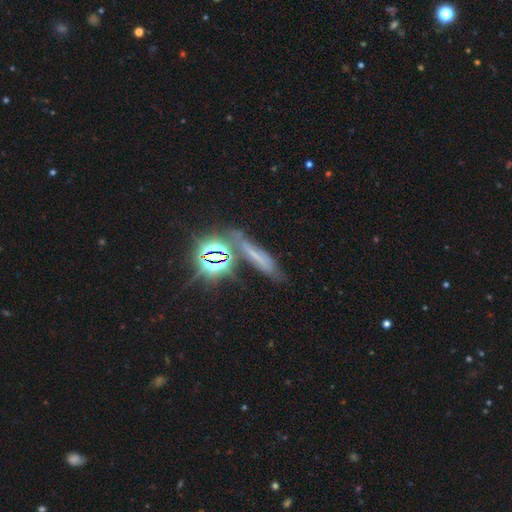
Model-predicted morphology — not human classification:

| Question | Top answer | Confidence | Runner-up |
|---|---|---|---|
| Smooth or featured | star or artifact | 43% | smooth (34%) |